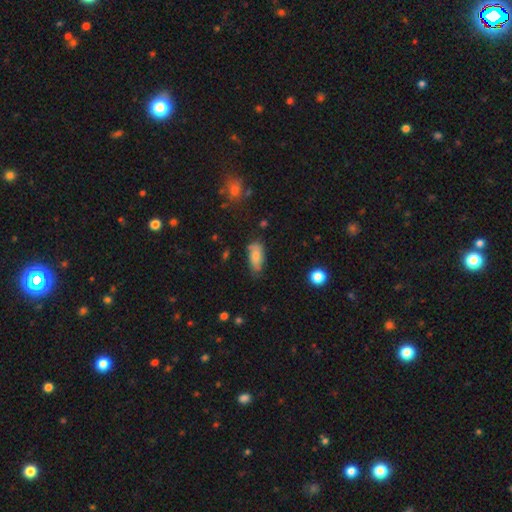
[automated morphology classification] The model was most divided on "merging": none: 60%, minor disturbance: 29%, major disturbance: 8%, merger: 3%. More confident: how rounded — in between (88%); smooth or featured — smooth (68%).